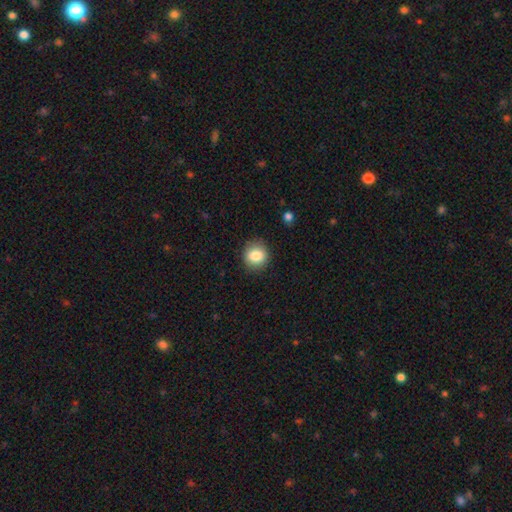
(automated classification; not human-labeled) Morphology: type=smooth (84%); roundness=round (84%); merging=none (87%).